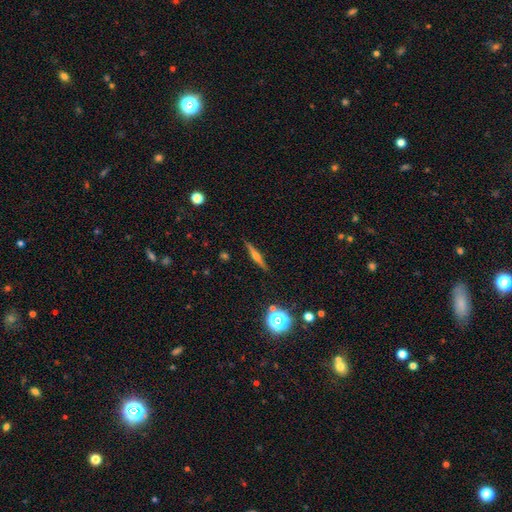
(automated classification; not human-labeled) smooth-or-featured: featured or disk: 62% | smooth: 28% | star or artifact: 10%
  disk-edge-on: yes: 97% | no: 3%
    edge-on-bulge: rounded: 75% | boxy: 13% | none: 11%
  merging: none: 90% | minor disturbance: 7% | major disturbance: 2% | merger: 1%